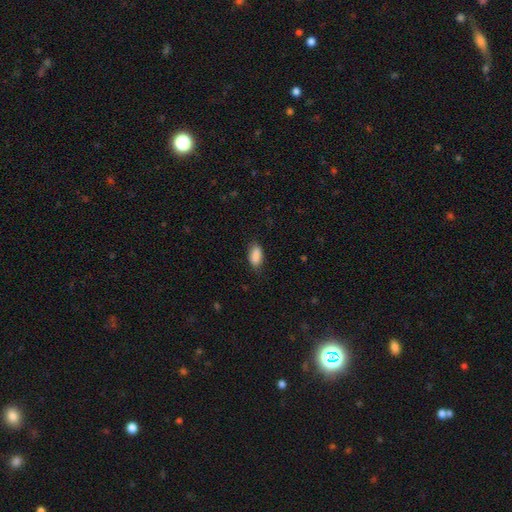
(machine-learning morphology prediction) The model was most divided on "merging": none: 77%, minor disturbance: 18%, major disturbance: 4%, merger: 1%. More confident: how rounded — in between (91%); smooth or featured — smooth (89%).